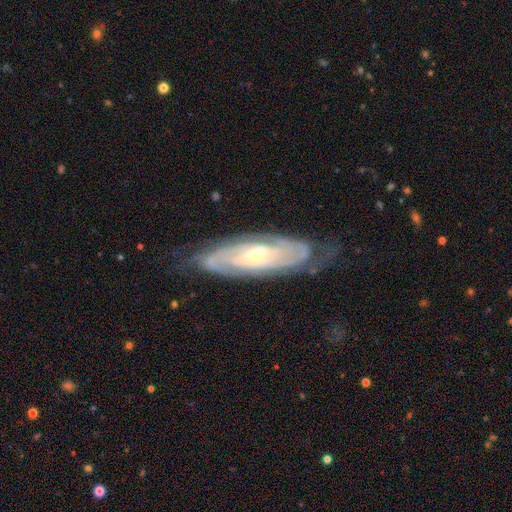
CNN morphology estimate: smooth_or_featured: featured or disk (p=0.86) [alt: smooth p=0.09]
disk_edge_on: no (p=0.85) [alt: yes p=0.15]
bar: no (p=0.61) [alt: weak p=0.28]
has_spiral_arms: yes (p=0.95) [alt: no p=0.05]
spiral_winding: tight (p=0.76) [alt: medium p=0.20]
spiral_arm_count: can't tell (p=0.40) [alt: 2 p=0.27]
bulge_size: small (p=0.65) [alt: moderate p=0.32]
merging: none (p=0.72) [alt: minor disturbance p=0.20]